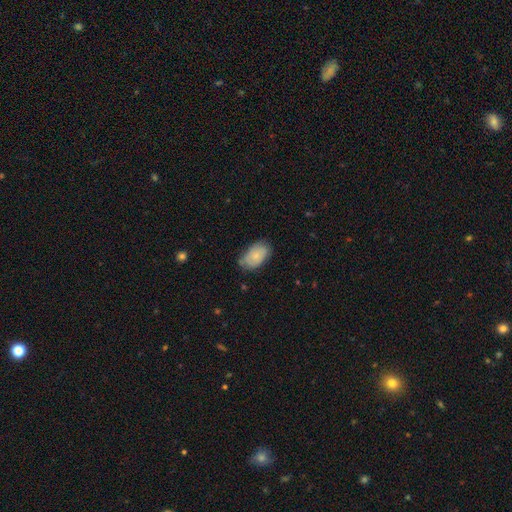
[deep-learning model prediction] smooth 72%, featured or disk 22%, star or artifact 7%. Down the decision tree: how rounded — in between (93%); merging — none (62%).